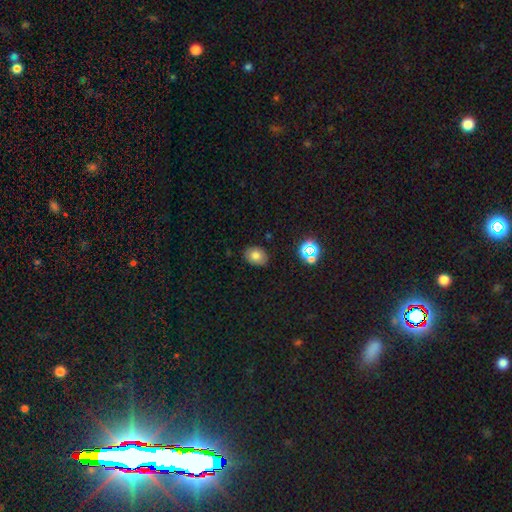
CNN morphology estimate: A smooth galaxy with no disk features (76%) that is in between round and cigar-shaped (58%).

Vote fractions:
- Smooth or featured? smooth: 76% / star or artifact: 14% / featured or disk: 10%
- How rounded? in between: 58% / round: 41% / cigar-shaped: 1%
- Merging? none: 85% / minor disturbance: 10% / major disturbance: 2% / merger: 2%